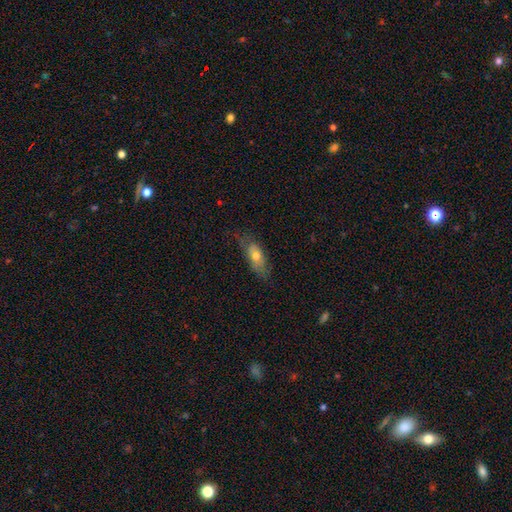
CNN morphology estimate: A smooth galaxy with no disk features (61%) that is in between round and cigar-shaped (75%).

Vote fractions:
- Smooth or featured? smooth: 61% / featured or disk: 32% / star or artifact: 7%
- How rounded? in between: 75% / cigar-shaped: 21% / round: 4%
- Merging? none: 63% / minor disturbance: 27% / major disturbance: 9% / merger: 2%